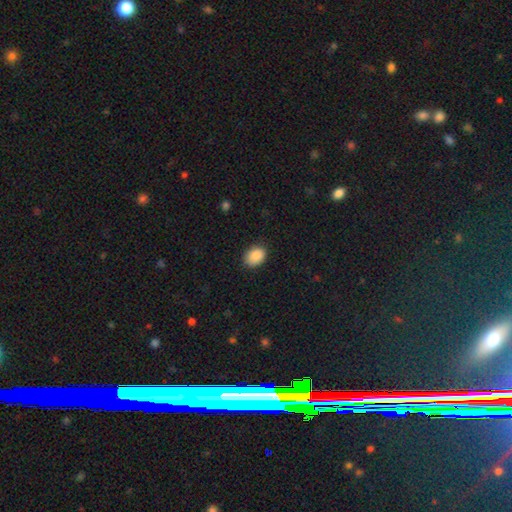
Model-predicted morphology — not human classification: Smooth or featured? smooth (89%)
How rounded? in between (72%)
Merging? none (82%)